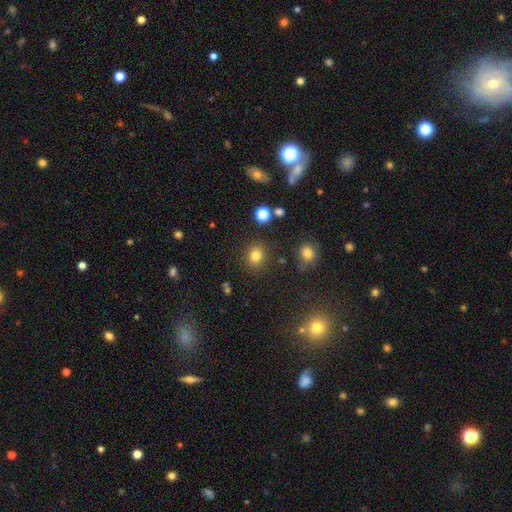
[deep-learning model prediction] Q: Smooth or featured?
A: smooth (82%); runner-up: star or artifact (13%)
Q: How rounded?
A: round (76%); runner-up: in between (23%)
Q: Merging?
A: none (86%); runner-up: minor disturbance (8%)